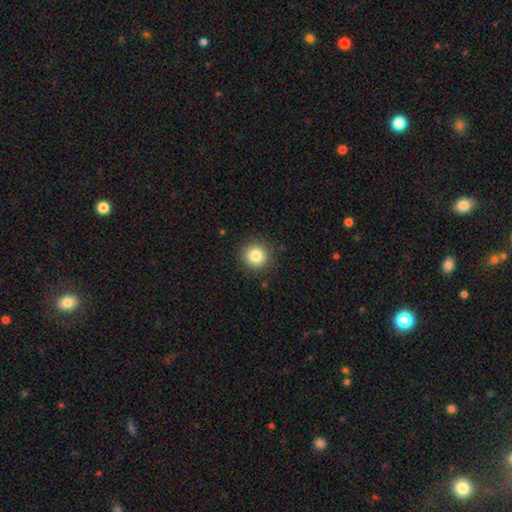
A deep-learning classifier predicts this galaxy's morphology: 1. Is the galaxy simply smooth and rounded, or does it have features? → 83% smooth, 11% star or artifact, 6% featured or disk.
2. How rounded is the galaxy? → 94% round, 5% in between, 1% cigar-shaped.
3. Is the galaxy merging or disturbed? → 90% none, 7% minor disturbance, 2% major disturbance, 1% merger.